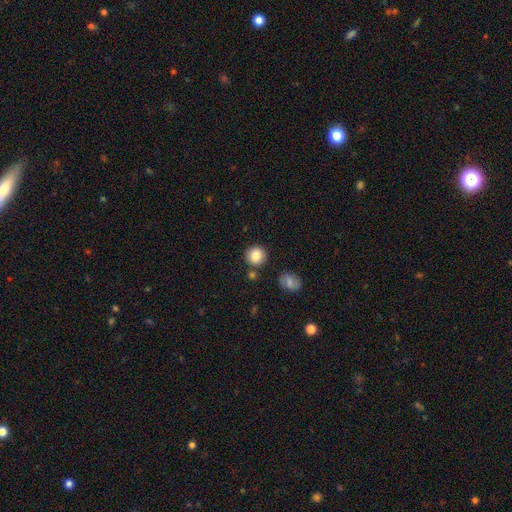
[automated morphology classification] smooth-or-featured: smooth: 84% | star or artifact: 9% | featured or disk: 7%
  how-rounded: round: 91% | in between: 9% | cigar-shaped: 1%
  merging: none: 83% | minor disturbance: 8% | merger: 6% | major disturbance: 2%